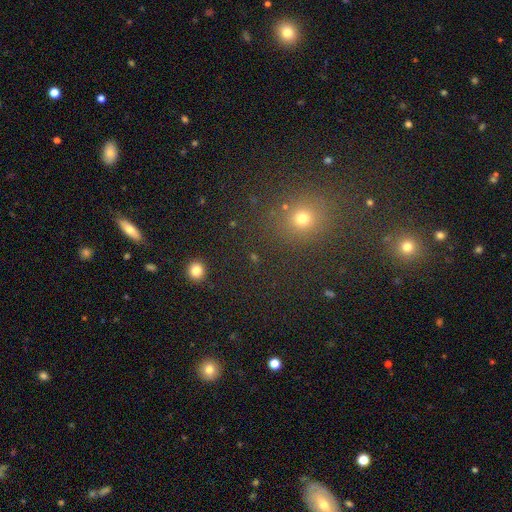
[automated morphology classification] Smooth or featured: smooth — 53% (star or artifact — 38%)
How rounded: round — 81% (in between — 17%)
Merging: none — 86% (minor disturbance — 7%)